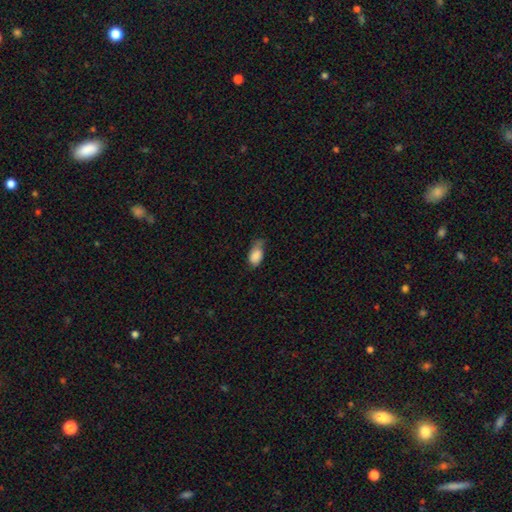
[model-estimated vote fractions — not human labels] The model was most divided on "merging": minor disturbance: 43%, none: 38%, major disturbance: 17%, merger: 2%. More confident: how rounded — in between (91%); smooth or featured — smooth (84%).